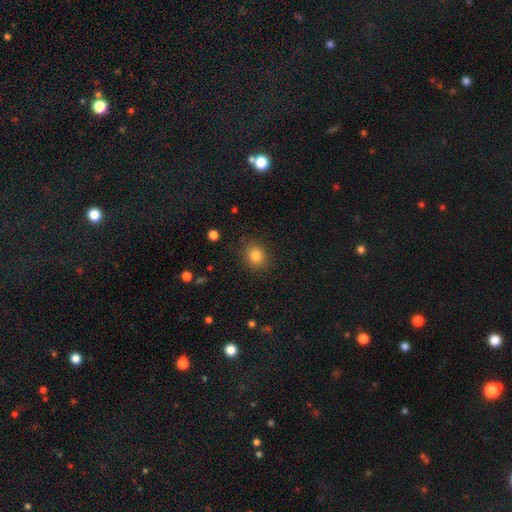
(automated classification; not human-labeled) Smooth or featured? smooth (82%)
How rounded? round (71%)
Merging? none (86%)